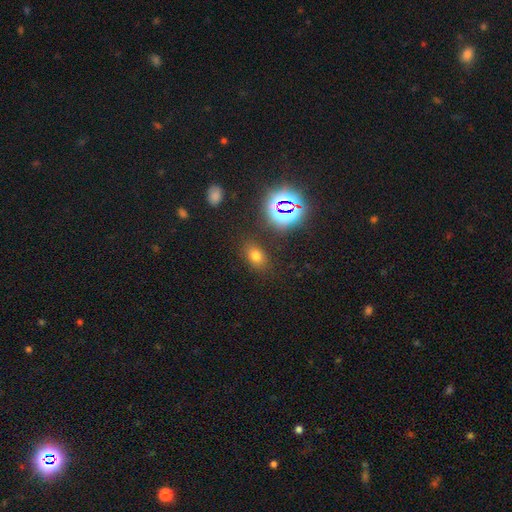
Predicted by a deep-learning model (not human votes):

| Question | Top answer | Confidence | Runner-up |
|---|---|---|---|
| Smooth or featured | smooth | 66% | star or artifact (25%) |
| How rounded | in between | 75% | round (23%) |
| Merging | none | 84% | minor disturbance (10%) |